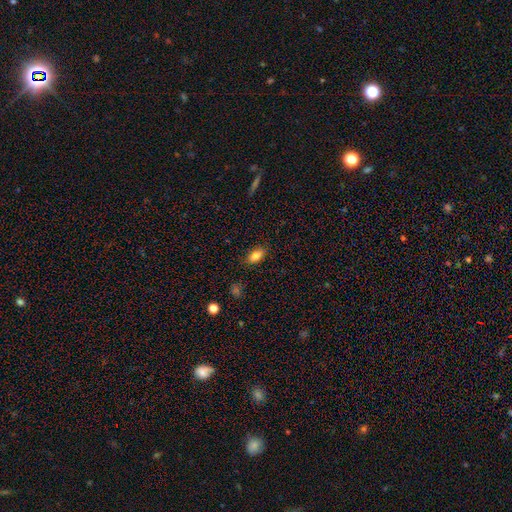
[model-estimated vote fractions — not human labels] Smooth or featured? smooth (83%)
How rounded? in between (88%)
Merging? none (85%)